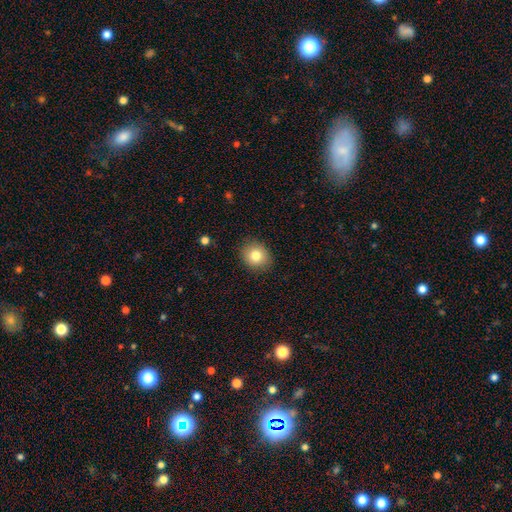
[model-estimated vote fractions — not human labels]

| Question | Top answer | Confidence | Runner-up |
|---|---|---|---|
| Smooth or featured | smooth | 81% | star or artifact (10%) |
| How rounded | round | 69% | in between (30%) |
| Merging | none | 88% | minor disturbance (9%) |